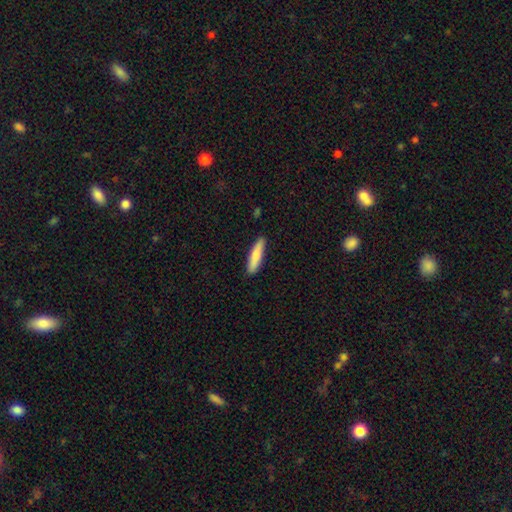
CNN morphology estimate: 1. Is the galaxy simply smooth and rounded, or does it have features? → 79% smooth, 15% featured or disk, 5% star or artifact.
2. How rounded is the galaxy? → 83% cigar-shaped, 16% in between, 1% round.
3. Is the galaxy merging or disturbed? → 89% none, 9% minor disturbance, 2% major disturbance, 1% merger.